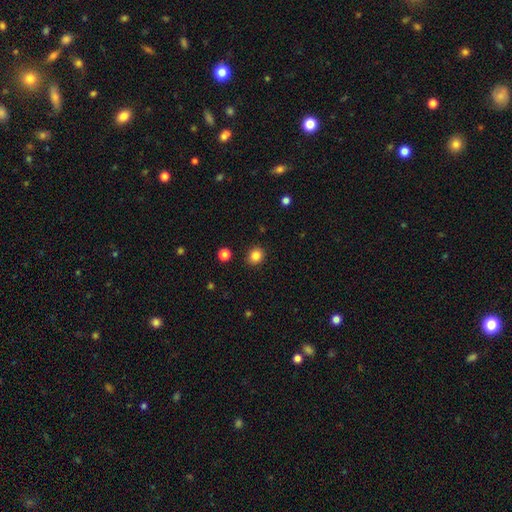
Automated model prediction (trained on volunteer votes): A smooth galaxy with no disk features (85%) that is round (74%).

Vote fractions:
- Smooth or featured? smooth: 85% / star or artifact: 11% / featured or disk: 4%
- How rounded? round: 74% / in between: 25% / cigar-shaped: 1%
- Merging? none: 89% / minor disturbance: 7% / major disturbance: 2% / merger: 2%